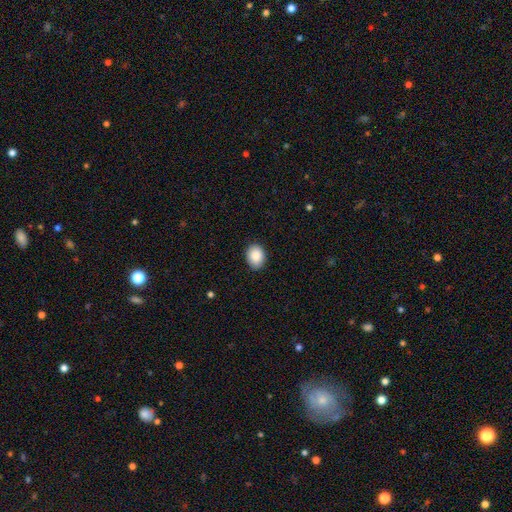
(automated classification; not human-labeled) Smooth or featured? smooth (89%)
How rounded? in between (64%)
Merging? none (88%)